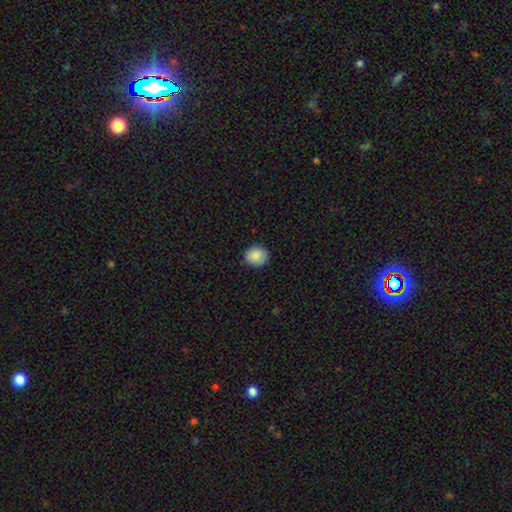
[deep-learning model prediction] This appears to be a smooth galaxy with no disk features (88%) that is round (85%). Merging: none (89%).